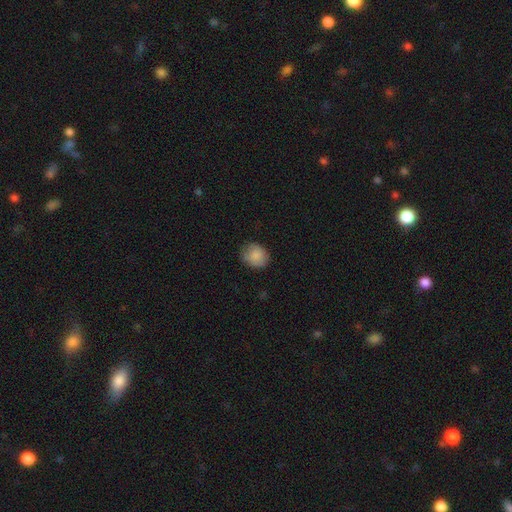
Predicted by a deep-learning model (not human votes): A smooth galaxy with no disk features (85%) that is round (65%).

Vote fractions:
- Smooth or featured? smooth: 85% / featured or disk: 8% / star or artifact: 7%
- How rounded? round: 65% / in between: 34% / cigar-shaped: 1%
- Merging? none: 76% / minor disturbance: 19% / major disturbance: 4% / merger: 1%